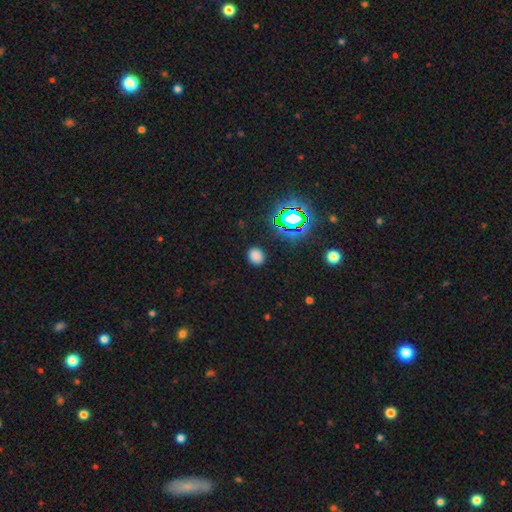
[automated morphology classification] smooth-or-featured: smooth: 73% | star or artifact: 22% | featured or disk: 5%
  how-rounded: round: 61% | in between: 37% | cigar-shaped: 1%
  merging: none: 87% | minor disturbance: 9% | major disturbance: 3% | merger: 1%